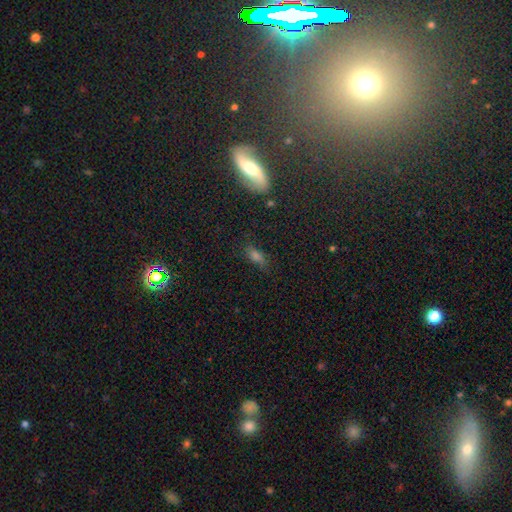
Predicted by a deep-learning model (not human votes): This is possibly a smooth galaxy (59%). How rounded: likely in between (69%). Merging: likely none (72%).